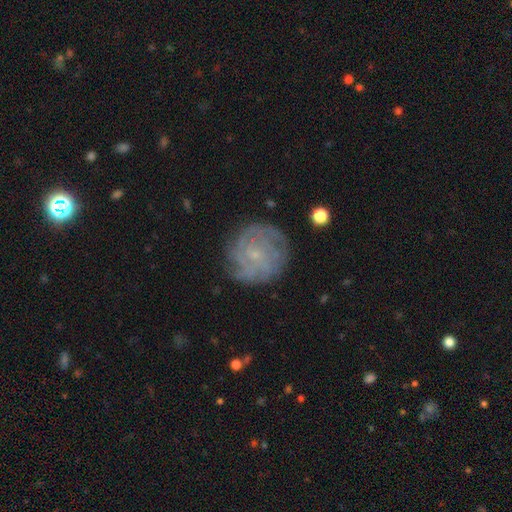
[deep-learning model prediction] Smooth or featured: featured or disk — 73% (smooth — 19%)
Edge-on disk: no — 97% (yes — 3%)
Bar: no — 72% (weak — 24%)
Spiral arms: yes — 90% (no — 10%)
Spiral winding: tight — 67% (medium — 25%)
Spiral arm count: can't tell — 42% (4 — 17%)
Bulge size: small — 80% (moderate — 10%)
Merging: none — 79% (minor disturbance — 14%)